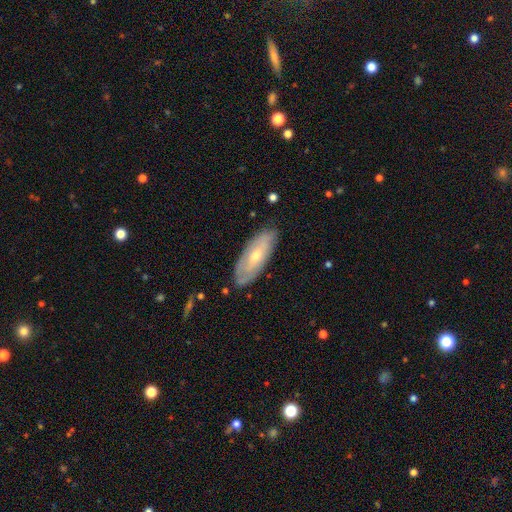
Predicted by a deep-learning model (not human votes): Smooth or featured: featured or disk — 58% (smooth — 36%)
Edge-on disk: no — 78% (yes — 22%)
Merging: none — 80% (minor disturbance — 15%)